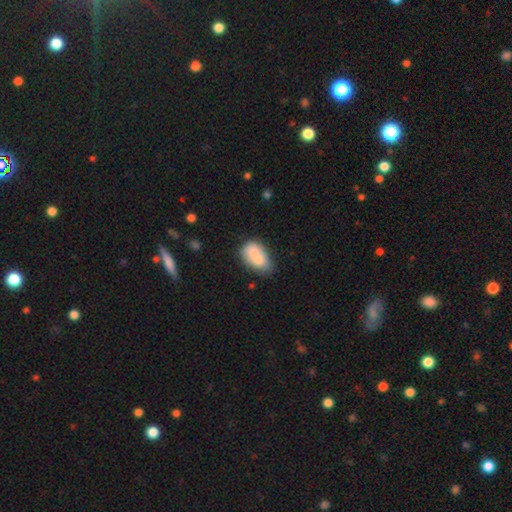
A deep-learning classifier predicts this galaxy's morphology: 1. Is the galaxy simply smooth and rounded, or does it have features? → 71% smooth, 22% featured or disk, 7% star or artifact.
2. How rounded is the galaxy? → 86% in between, 12% round, 2% cigar-shaped.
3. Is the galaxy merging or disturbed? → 42% merger, 31% none, 19% minor disturbance, 8% major disturbance.